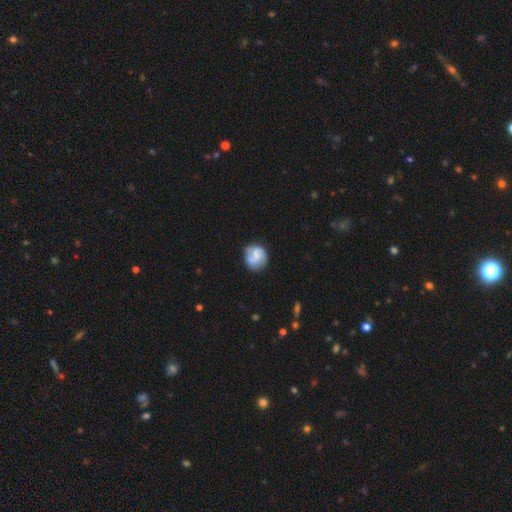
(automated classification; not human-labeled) The model was most divided on "bar": no: 47%, weak: 43%, strong: 10%. Remaining: edge-on disk — no (98%); spiral arms — yes (85%); merging — none (72%); smooth or featured — featured or disk (57%); bulge size — small (45%).